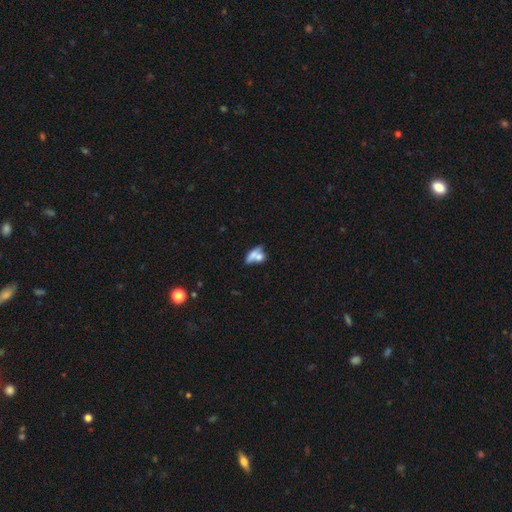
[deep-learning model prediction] Smooth or featured? smooth (65%)
How rounded? in between (67%)
Merging? merger (54%)